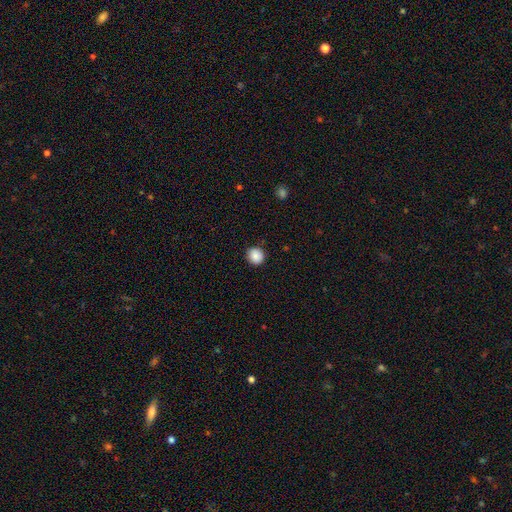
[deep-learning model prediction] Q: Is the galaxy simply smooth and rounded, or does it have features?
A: smooth — 88%.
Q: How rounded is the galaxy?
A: round — 89%.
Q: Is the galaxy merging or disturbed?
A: none — 90%.